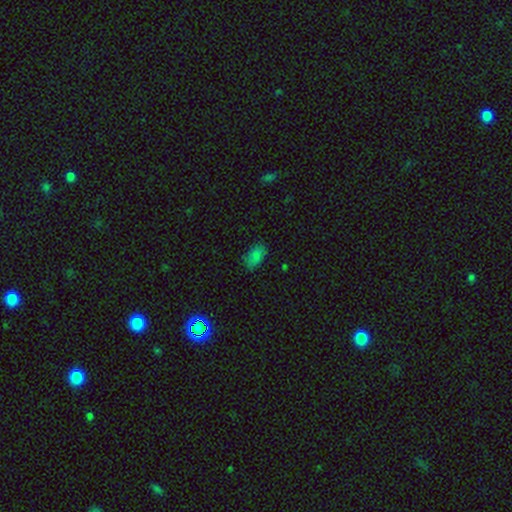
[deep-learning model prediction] The model was most divided on "merging": none: 77%, minor disturbance: 18%, major disturbance: 4%, merger: 1%. More confident: how rounded — in between (93%); smooth or featured — smooth (82%).